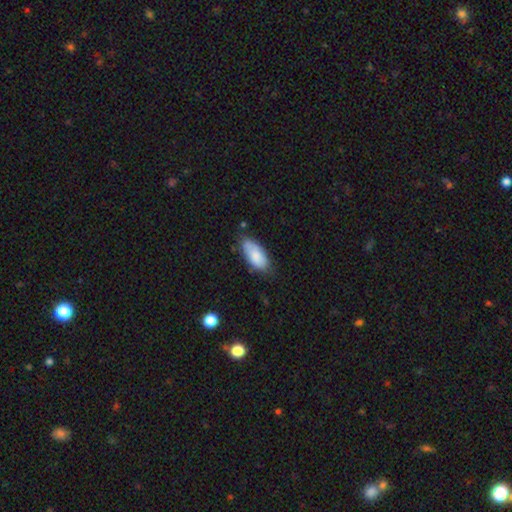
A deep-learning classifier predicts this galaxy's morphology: A smooth galaxy with no disk features (81%) that is in between round and cigar-shaped (89%).

Vote fractions:
- Smooth or featured? smooth: 81% / featured or disk: 13% / star or artifact: 6%
- How rounded? in between: 89% / cigar-shaped: 9% / round: 2%
- Merging? none: 68% / minor disturbance: 25% / major disturbance: 5% / merger: 3%